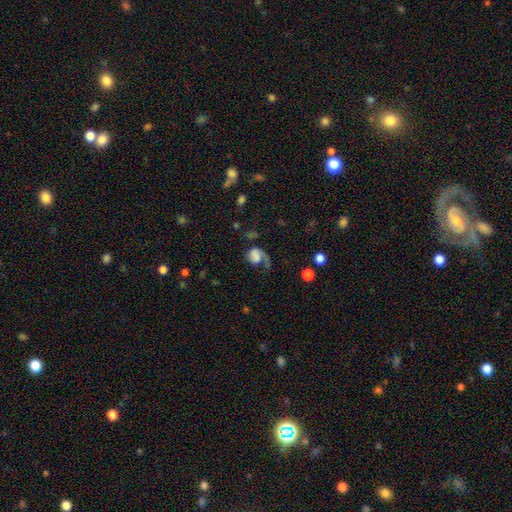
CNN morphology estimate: Smooth or featured?
  - featured or disk: 46% *
  - smooth: 44%
  - star or artifact: 10%
Merging?
  - major disturbance: 49% *
  - none: 29%
  - minor disturbance: 18%
  - merger: 5%